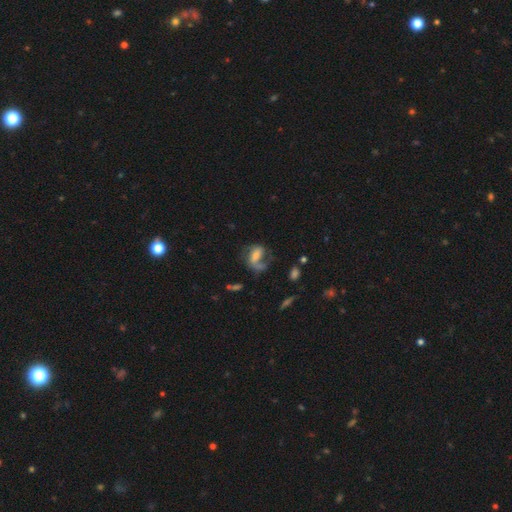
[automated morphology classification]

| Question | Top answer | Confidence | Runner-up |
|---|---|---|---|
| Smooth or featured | featured or disk | 59% | smooth (32%) |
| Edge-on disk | no | 96% | yes (4%) |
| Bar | no | 40% | weak (39%) |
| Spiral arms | yes | 78% | no (22%) |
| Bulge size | moderate | 43% | small (39%) |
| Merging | none | 39% | major disturbance (35%) |